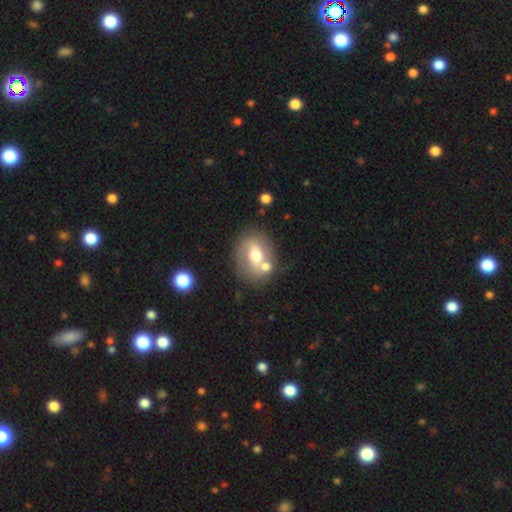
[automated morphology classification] Q: Smooth or featured?
A: smooth (47%); runner-up: featured or disk (44%)
Q: Merging?
A: none (55%); runner-up: merger (25%)